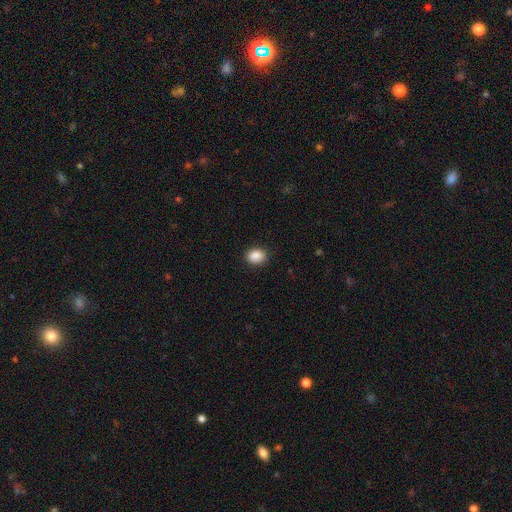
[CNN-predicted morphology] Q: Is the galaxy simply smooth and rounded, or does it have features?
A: smooth — 89%.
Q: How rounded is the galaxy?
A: in between — 54%.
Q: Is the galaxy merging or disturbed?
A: none — 88%.